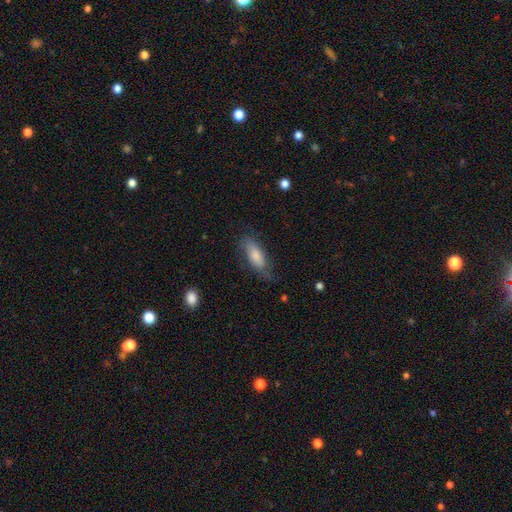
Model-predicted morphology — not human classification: smooth 72%, featured or disk 21%, star or artifact 7%. Down the decision tree: how rounded — in between (77%); merging — none (59%).